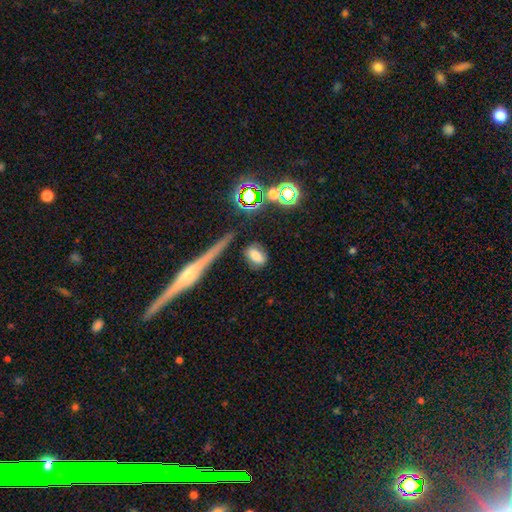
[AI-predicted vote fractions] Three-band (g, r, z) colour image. It shows a smooth galaxy with no disk features (74%) that is in between round and cigar-shaped (80%). Merging: none (76%).